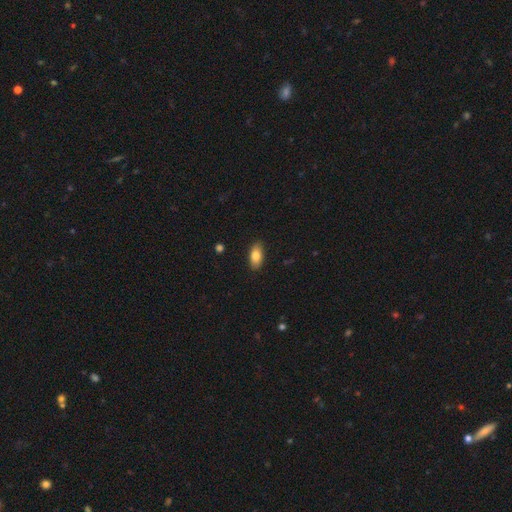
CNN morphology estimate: smooth_or_featured: smooth (p=0.83) [alt: featured or disk p=0.10]
how_rounded: in between (p=0.90) [alt: cigar-shaped p=0.06]
merging: none (p=0.88) [alt: minor disturbance p=0.09]